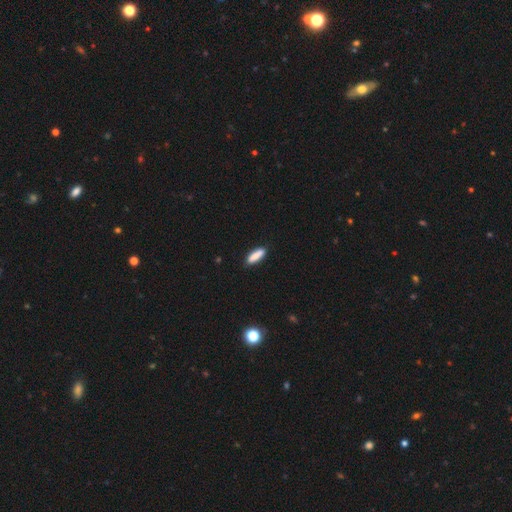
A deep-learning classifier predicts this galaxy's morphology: Overall: smooth (84%). How rounded: cigar-shaped (53%; in between 45%). Merging: none (82%).